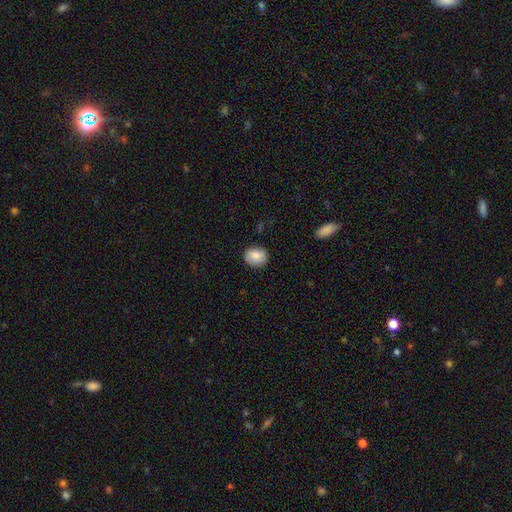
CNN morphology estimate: smooth 84%, featured or disk 8%, star or artifact 8%. Down the decision tree: how rounded — round (55%); merging — none (86%).